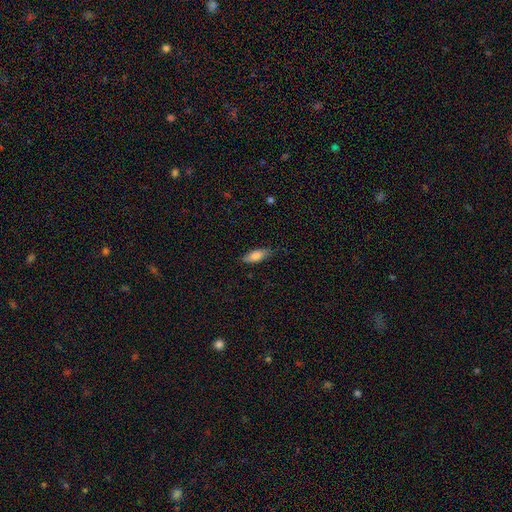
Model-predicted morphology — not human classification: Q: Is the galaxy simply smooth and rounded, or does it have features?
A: smooth — 77%.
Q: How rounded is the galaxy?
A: in between — 67%.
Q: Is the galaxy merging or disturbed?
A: none — 80%.